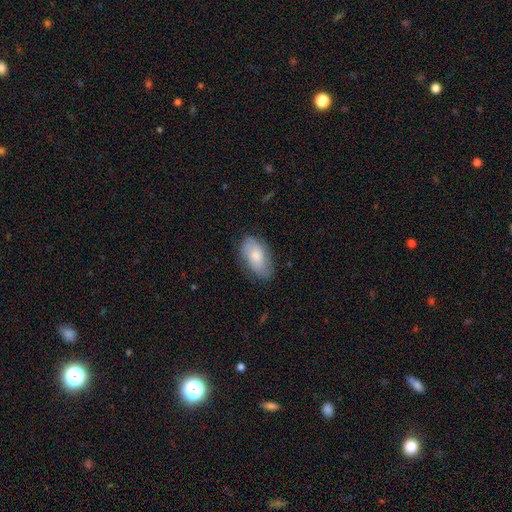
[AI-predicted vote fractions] Smooth or featured: smooth — 69% (featured or disk — 25%)
How rounded: in between — 94% (round — 4%)
Merging: none — 75% (minor disturbance — 19%)